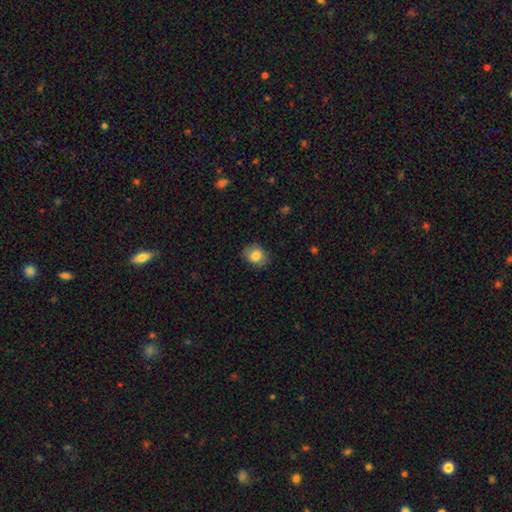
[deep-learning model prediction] Smooth or featured? smooth (81%)
How rounded? round (55%)
Merging? none (85%)